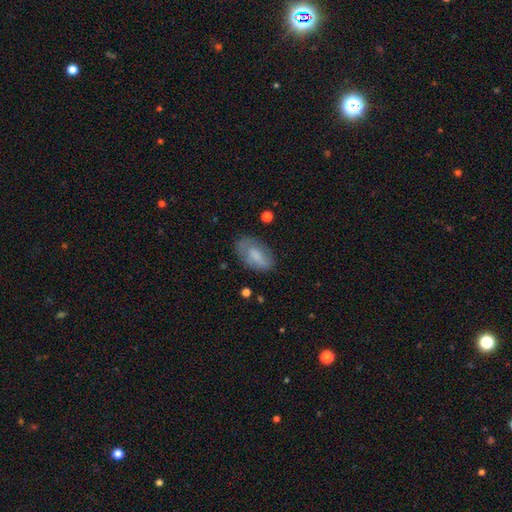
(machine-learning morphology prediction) A smooth galaxy with no disk features (66%) that is in between round and cigar-shaped (92%).

Vote fractions:
- Smooth or featured? smooth: 66% / featured or disk: 27% / star or artifact: 8%
- How rounded? in between: 92% / round: 5% / cigar-shaped: 3%
- Merging? none: 63% / minor disturbance: 25% / major disturbance: 10% / merger: 2%